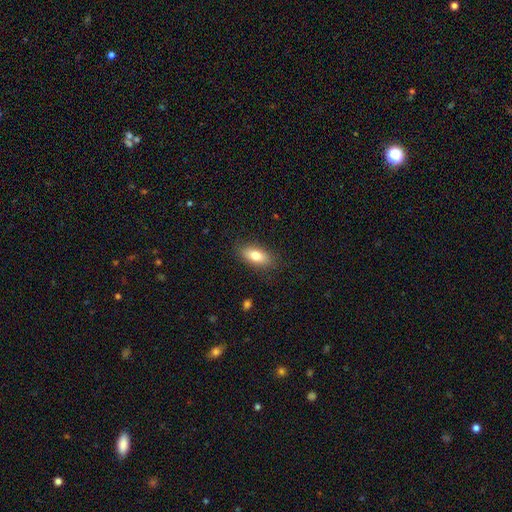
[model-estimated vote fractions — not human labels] smooth_or_featured: smooth (p=0.78) [alt: featured or disk p=0.14]
how_rounded: in between (p=0.84) [alt: cigar-shaped p=0.12]
merging: none (p=0.86) [alt: minor disturbance p=0.11]